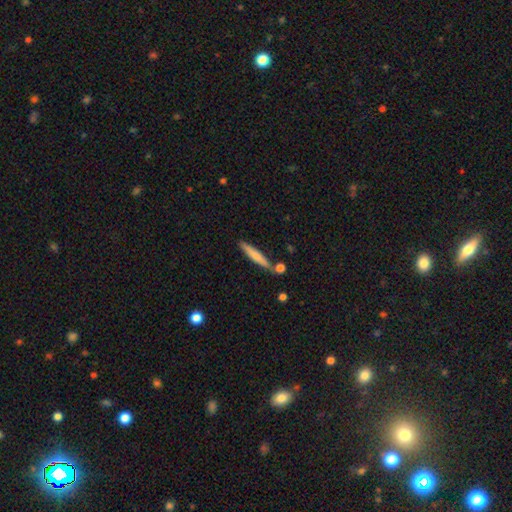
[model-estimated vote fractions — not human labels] The model was most divided on "smooth or featured": smooth: 69%, featured or disk: 25%, star or artifact: 6%. More confident: how rounded — cigar-shaped (93%); merging — none (76%).